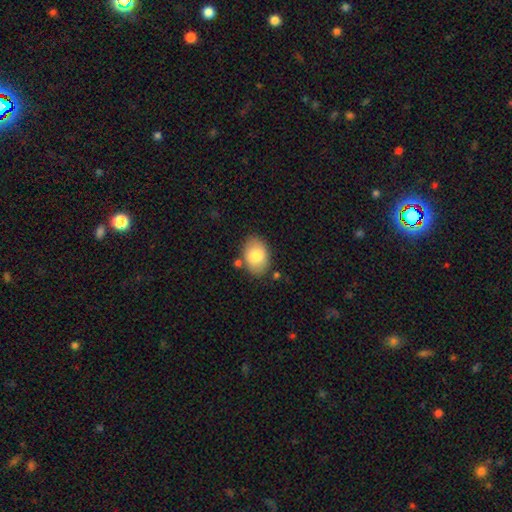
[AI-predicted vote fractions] A smooth galaxy with no disk features (81%) that is in between round and cigar-shaped (86%).

Vote fractions:
- Smooth or featured? smooth: 81% / featured or disk: 13% / star or artifact: 7%
- How rounded? in between: 86% / round: 13% / cigar-shaped: 1%
- Merging? none: 79% / minor disturbance: 13% / merger: 5% / major disturbance: 3%